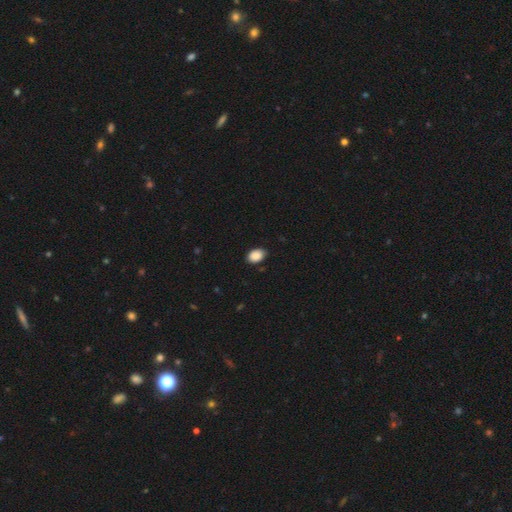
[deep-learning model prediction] The model was most divided on "how rounded": in between: 84%, round: 15%, cigar-shaped: 1%. More confident: smooth or featured — smooth (89%); merging — none (83%).